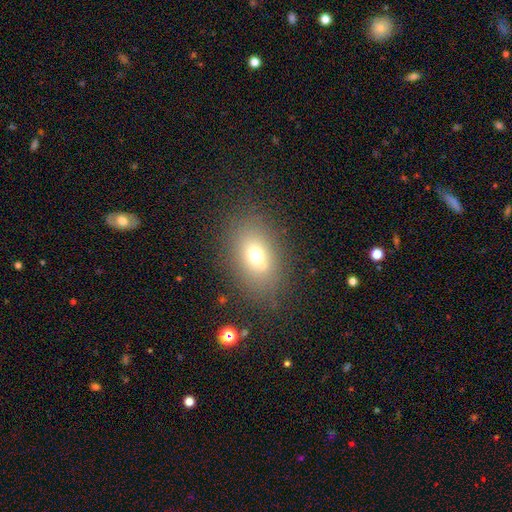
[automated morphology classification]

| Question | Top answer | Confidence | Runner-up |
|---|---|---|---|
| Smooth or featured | smooth | 65% | featured or disk (19%) |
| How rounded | in between | 72% | round (26%) |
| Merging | none | 64% | merger (20%) |